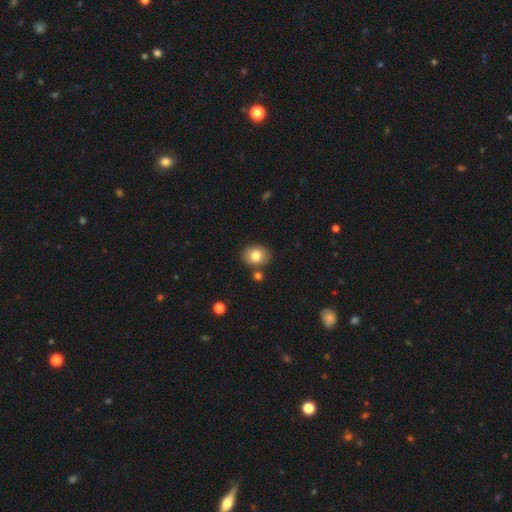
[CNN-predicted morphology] A smooth galaxy with no disk features (80%) that is round (54%).

Vote fractions:
- Smooth or featured? smooth: 80% / featured or disk: 11% / star or artifact: 10%
- How rounded? round: 54% / in between: 45% / cigar-shaped: 1%
- Merging? none: 80% / minor disturbance: 10% / merger: 8% / major disturbance: 2%